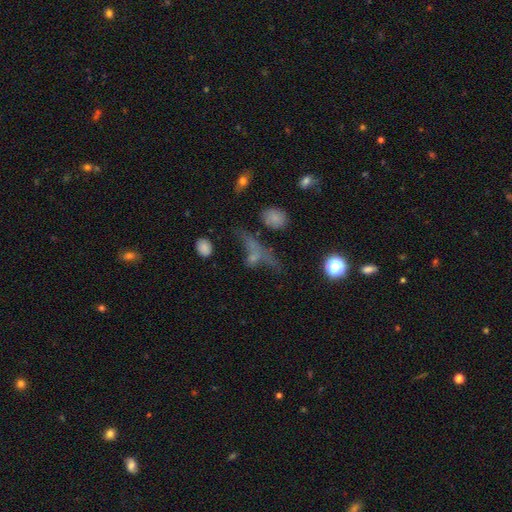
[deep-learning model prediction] smooth 48%, featured or disk 27%, star or artifact 24%. Down the decision tree: merging — none (33%).